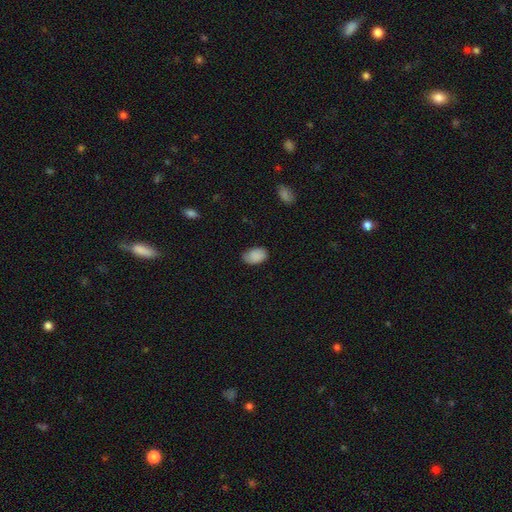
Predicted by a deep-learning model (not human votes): This is clearly a smooth galaxy (88%). How rounded: clearly in between (90%). Merging: likely none (75%).